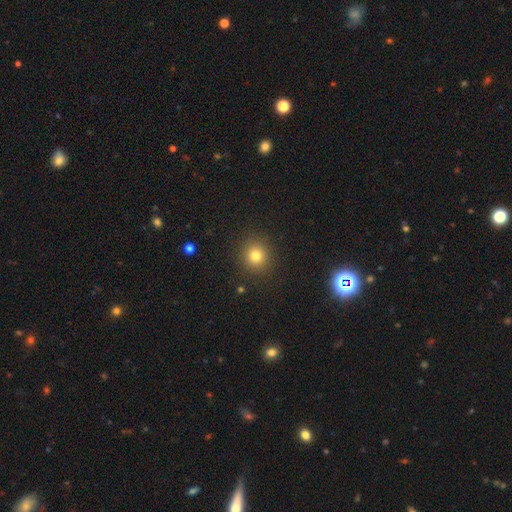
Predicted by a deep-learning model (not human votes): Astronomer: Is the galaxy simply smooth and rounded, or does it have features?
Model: smooth — 79%.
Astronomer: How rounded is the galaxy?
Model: round — 91%.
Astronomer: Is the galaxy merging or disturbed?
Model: none — 90%.